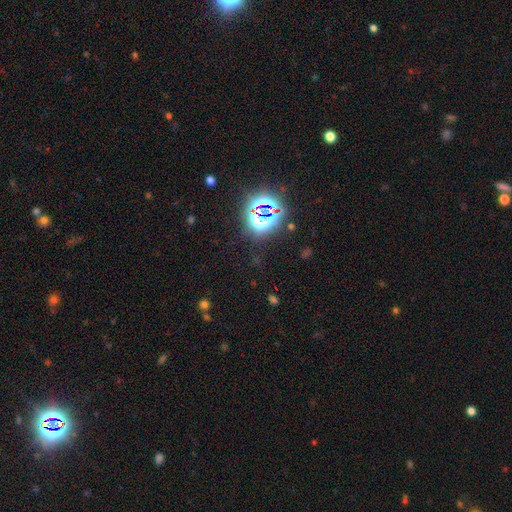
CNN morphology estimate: type=star or artifact (77%).